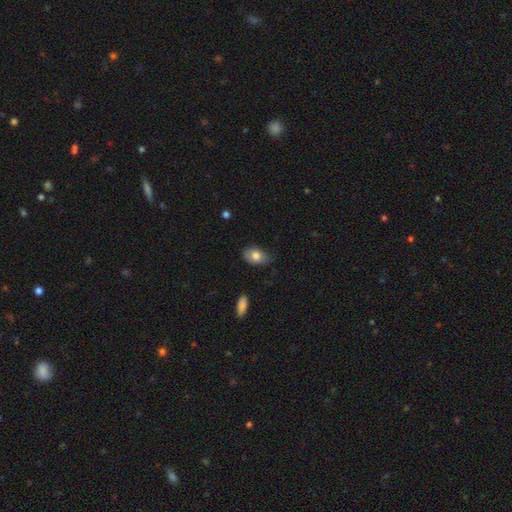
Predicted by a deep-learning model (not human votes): Q: Smooth or featured?
A: smooth (78%); runner-up: featured or disk (15%)
Q: How rounded?
A: in between (87%); runner-up: round (11%)
Q: Merging?
A: none (67%); runner-up: minor disturbance (27%)